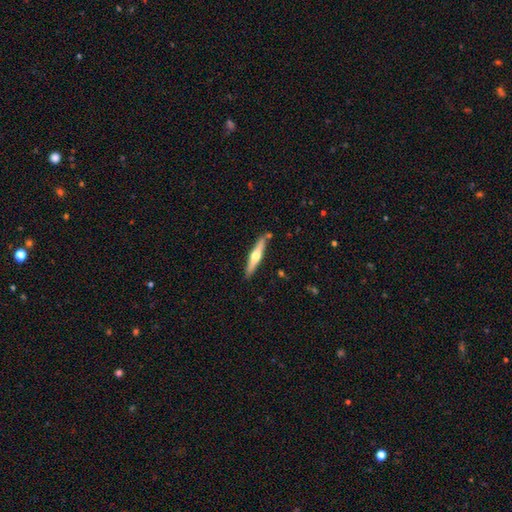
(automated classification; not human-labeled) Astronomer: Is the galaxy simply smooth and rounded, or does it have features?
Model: featured or disk — 58% (runner-up: smooth, 37%).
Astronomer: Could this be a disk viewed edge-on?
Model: yes — 96%.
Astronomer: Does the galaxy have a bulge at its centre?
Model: rounded — 92%.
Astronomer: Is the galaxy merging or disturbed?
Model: none — 86%.